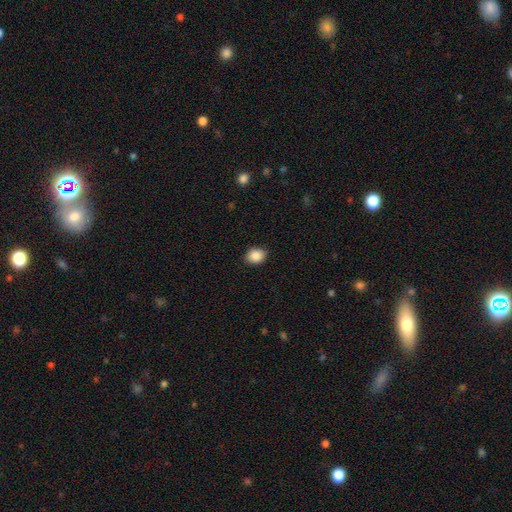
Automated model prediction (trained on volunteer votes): smooth 88%, star or artifact 8%, featured or disk 4%. Down the decision tree: how rounded — round (50%); merging — none (87%).